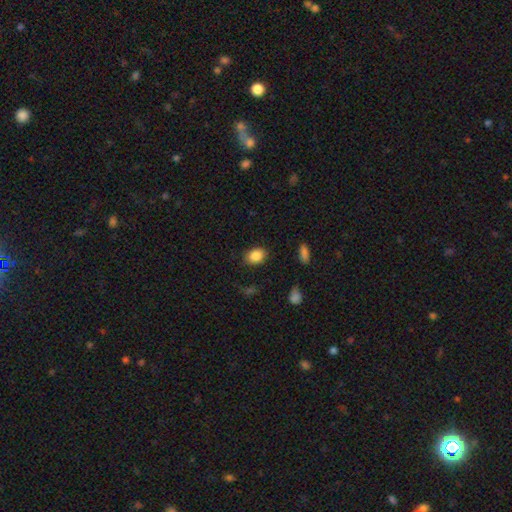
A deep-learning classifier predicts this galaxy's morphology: Overall: smooth (86%). How rounded: in between (69%; round 29%). Merging: none (82%).